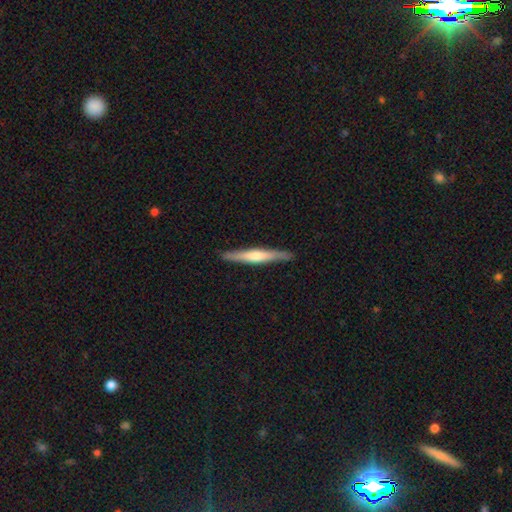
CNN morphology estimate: A featured or disk galaxy (57%) viewed edge-on (96%) with a rounded central bulge (71%).

Vote fractions:
- Smooth or featured? featured or disk: 57% / smooth: 38% / star or artifact: 5%
- Edge-on disk? yes: 96% / no: 4%
- Edge-on bulge? rounded: 71% / none: 18% / boxy: 11%
- Merging? none: 90% / minor disturbance: 7% / major disturbance: 1% / merger: 1%